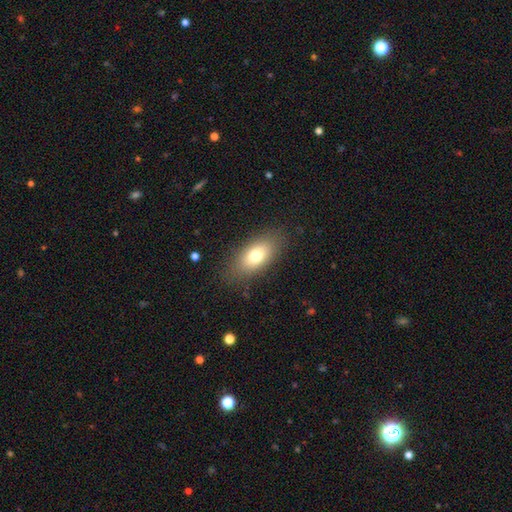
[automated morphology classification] This is likely a smooth galaxy (75%). How rounded: clearly in between (87%). Merging: clearly none (83%).